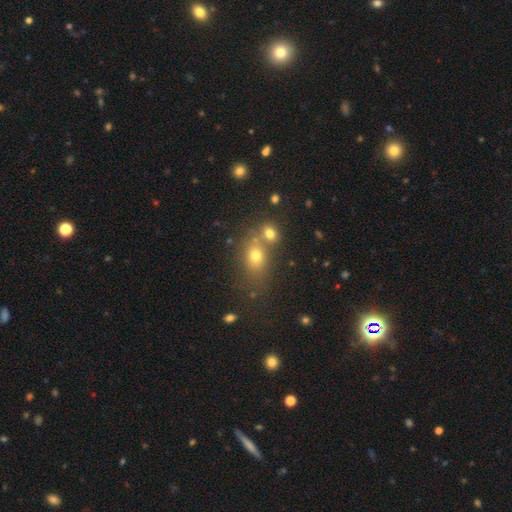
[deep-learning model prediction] A smooth galaxy with no disk features (68%) that is in between round and cigar-shaped (58%).

Vote fractions:
- Smooth or featured? smooth: 68% / star or artifact: 18% / featured or disk: 14%
- How rounded? in between: 58% / round: 40% / cigar-shaped: 2%
- Merging? none: 51% / merger: 33% / minor disturbance: 11% / major disturbance: 5%